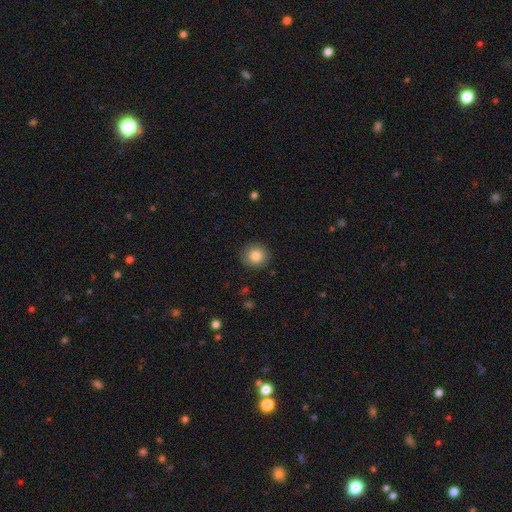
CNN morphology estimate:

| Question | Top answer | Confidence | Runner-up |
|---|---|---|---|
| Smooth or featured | smooth | 83% | star or artifact (9%) |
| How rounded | round | 91% | in between (8%) |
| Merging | none | 91% | minor disturbance (7%) |